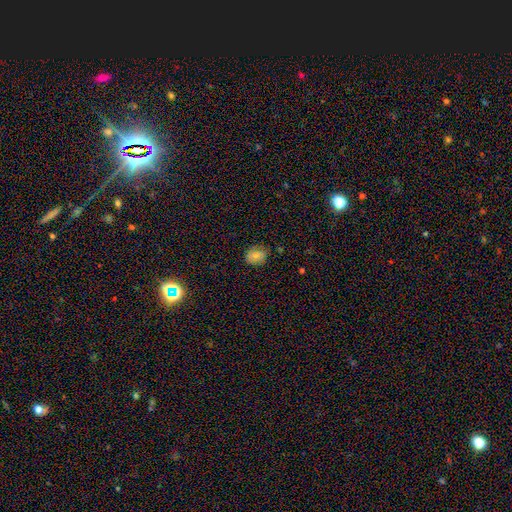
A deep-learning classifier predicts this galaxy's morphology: Q: Smooth or featured?
A: smooth (78%); runner-up: featured or disk (11%)
Q: How rounded?
A: round (57%); runner-up: in between (42%)
Q: Merging?
A: none (74%); runner-up: minor disturbance (20%)